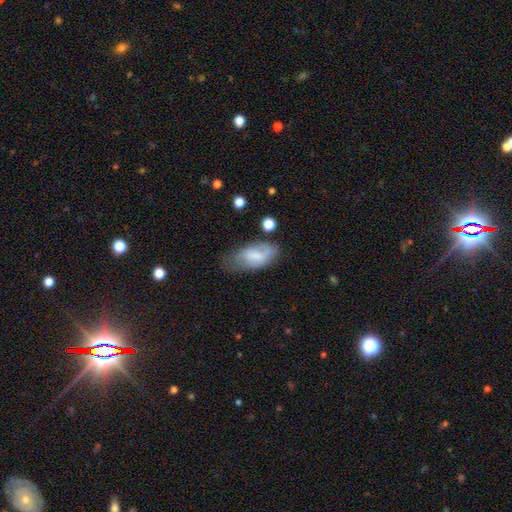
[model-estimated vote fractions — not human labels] Overall: smooth (58%; featured or disk 34%). How rounded: in between (91%). Merging: none (53%; minor disturbance 31%).